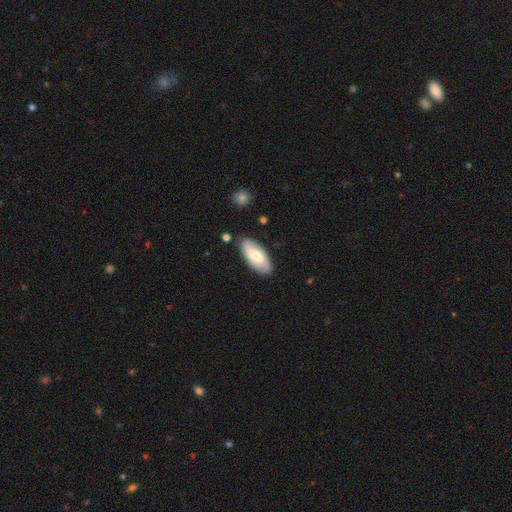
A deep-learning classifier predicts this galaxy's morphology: This is likely a smooth galaxy (63%). How rounded: clearly in between (89%). Merging: clearly none (84%).